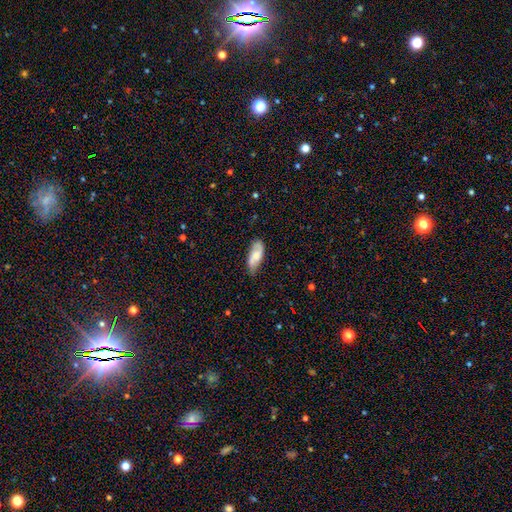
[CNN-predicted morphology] Smooth or featured? smooth (50%)
How rounded? in between (79%)
Merging? none (72%)